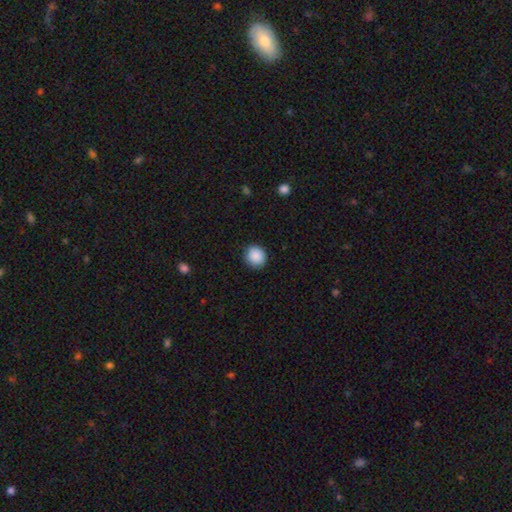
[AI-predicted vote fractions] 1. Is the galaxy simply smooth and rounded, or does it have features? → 89% smooth, 8% star or artifact, 3% featured or disk.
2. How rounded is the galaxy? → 88% round, 11% in between, 1% cigar-shaped.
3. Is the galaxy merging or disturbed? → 89% none, 8% minor disturbance, 2% major disturbance, 1% merger.